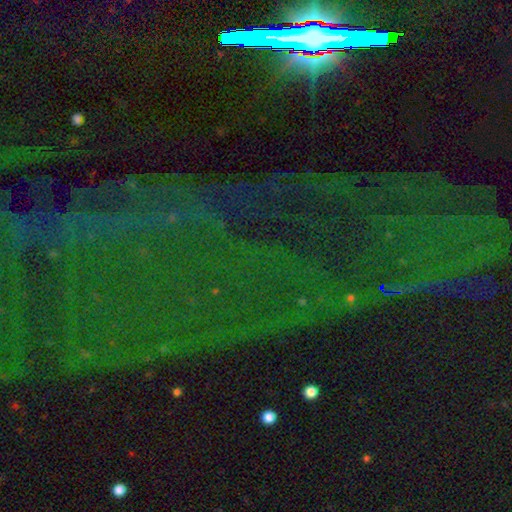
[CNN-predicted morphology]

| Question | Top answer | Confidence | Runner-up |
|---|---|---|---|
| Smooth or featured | star or artifact | 85% | featured or disk (9%) |